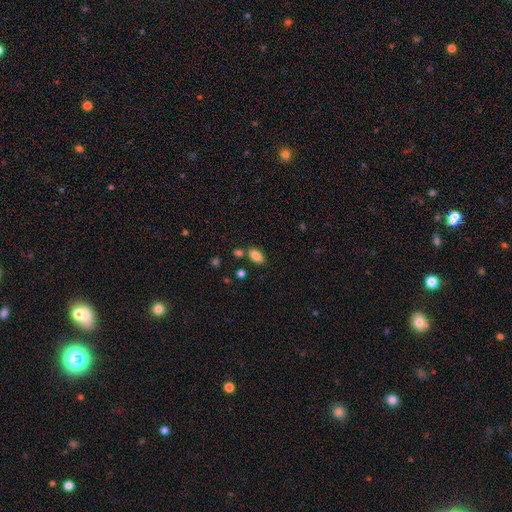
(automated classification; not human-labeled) smooth-or-featured: smooth: 85% | star or artifact: 9% | featured or disk: 6%
  how-rounded: in between: 91% | round: 6% | cigar-shaped: 3%
  merging: none: 74% | minor disturbance: 12% | merger: 11% | major disturbance: 3%